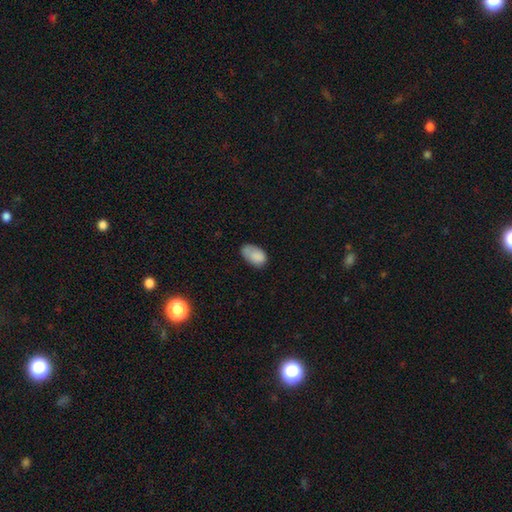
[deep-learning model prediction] This appears to be a smooth galaxy with no disk features (84%) that is in between round and cigar-shaped (92%). Merging: none (57%).